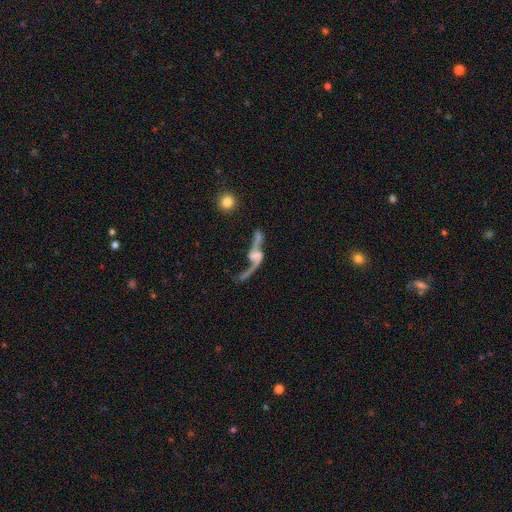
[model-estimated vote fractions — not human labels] smooth-or-featured: featured or disk: 81% | smooth: 11% | star or artifact: 8%
  disk-edge-on: no: 88% | yes: 12%
    bar: no: 49% | weak: 35% | strong: 17%
    has-spiral-arms: yes: 85% | no: 15%
      spiral-winding: loose: 91% | medium: 7% | tight: 2%
      spiral-arm-count: 2: 82% | 1: 12% | can't tell: 3% | 3: 1% | 4: 1% | more than 4: 1%
    bulge-size: none: 45% | small: 25% | moderate: 19% | large: 9% | dominant: 3%
  merging: none: 35% | major disturbance: 29% | merger: 22% | minor disturbance: 14%